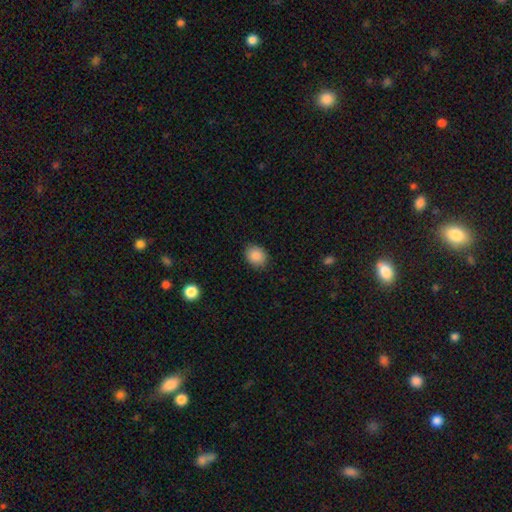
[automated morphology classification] A smooth galaxy with no disk features (88%) that is round (53%).

Vote fractions:
- Smooth or featured? smooth: 88% / star or artifact: 8% / featured or disk: 4%
- How rounded? round: 53% / in between: 46% / cigar-shaped: 1%
- Merging? none: 87% / minor disturbance: 9% / major disturbance: 2% / merger: 1%